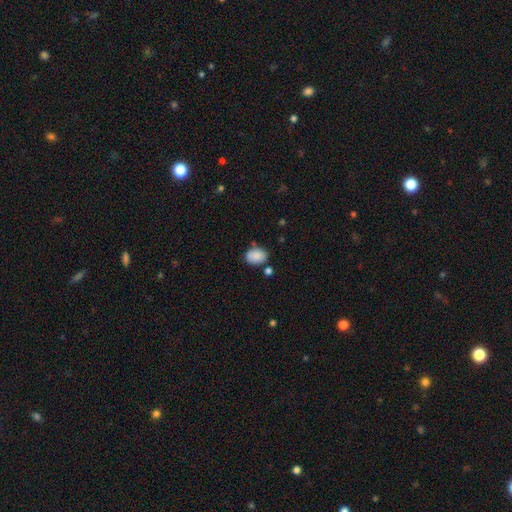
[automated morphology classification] Smooth or featured? Predicted: smooth (p=0.87). How rounded? Predicted: in between (p=0.74). Merging? Predicted: none (p=0.71).